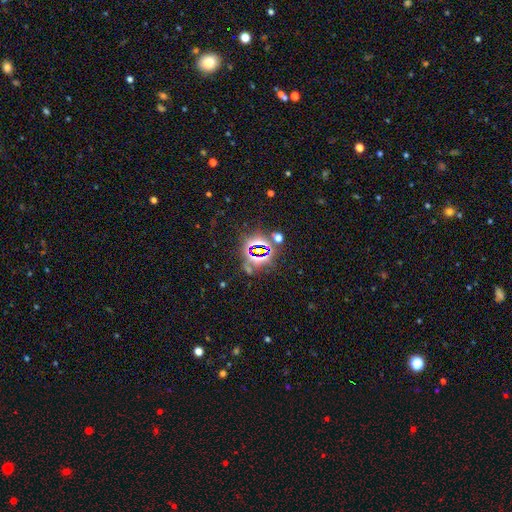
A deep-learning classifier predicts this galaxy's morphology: This is clearly a star or artifact rather than a galaxy (82%).